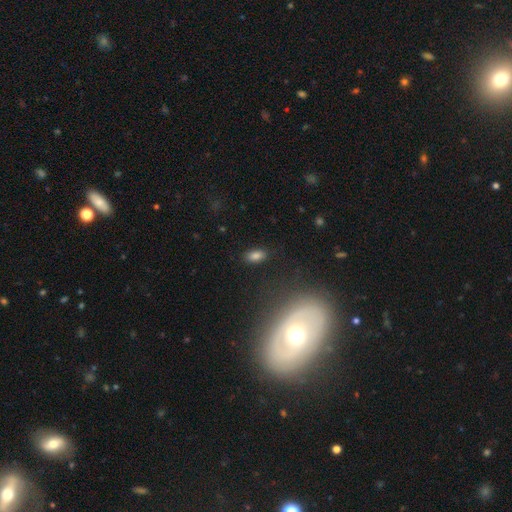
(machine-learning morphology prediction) Smooth or featured? smooth (80%)
How rounded? in between (90%)
Merging? none (87%)